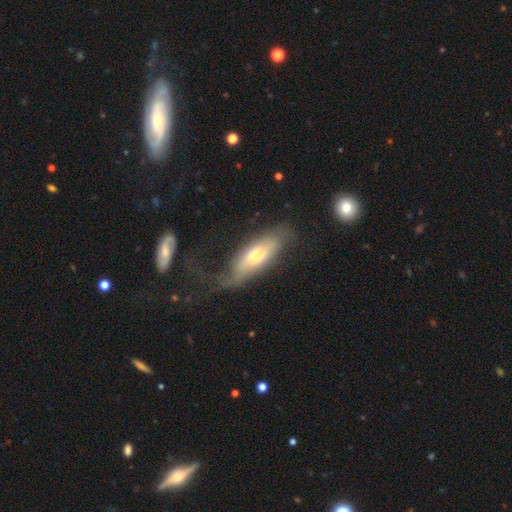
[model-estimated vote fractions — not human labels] smooth-or-featured: smooth: 53% | featured or disk: 40% | star or artifact: 7%
  how-rounded: in between: 64% | cigar-shaped: 33% | round: 3%
  merging: none: 39% | major disturbance: 31% | minor disturbance: 26% | merger: 4%